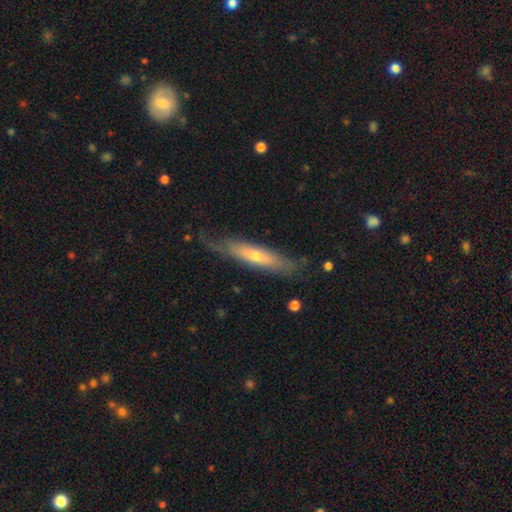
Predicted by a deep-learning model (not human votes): smooth_or_featured: featured or disk (p=0.54) [alt: smooth p=0.41]
disk_edge_on: yes (p=0.66) [alt: no p=0.34]
merging: none (p=0.68) [alt: minor disturbance p=0.21]